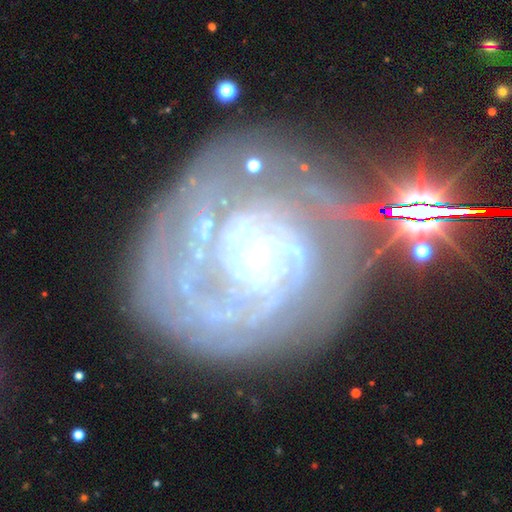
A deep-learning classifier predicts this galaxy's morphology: A featured or disk galaxy (80%) with no bar (52%), tight (62%) spiral arms (87%) and a small central bulge (50%).

Vote fractions:
- Smooth or featured? featured or disk: 80% / star or artifact: 10% / smooth: 9%
- Edge-on disk? no: 98% / yes: 2%
- Bar? no: 52% / weak: 32% / strong: 15%
- Spiral arms? yes: 87% / no: 13%
- Spiral winding? tight: 62% / medium: 27% / loose: 11%
- Spiral arm count? can't tell: 34% / 2: 27% / 3: 15% / 1: 10% / 4: 7% / more than 4: 7%
- Bulge size? small: 50% / none: 26% / moderate: 16% / large: 5% / dominant: 2%
- Merging? none: 55% / major disturbance: 19% / minor disturbance: 19% / merger: 7%